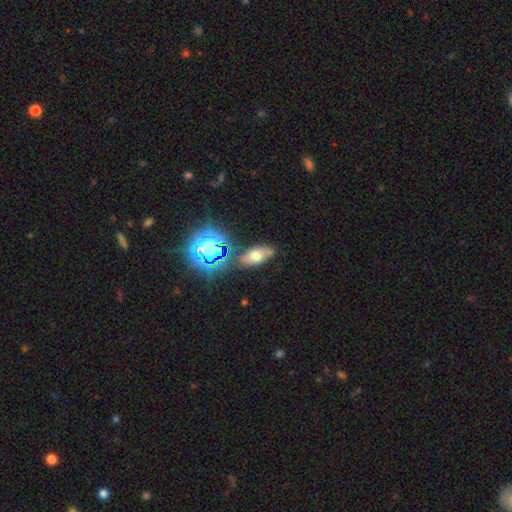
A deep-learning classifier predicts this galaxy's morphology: smooth_or_featured: smooth (p=0.50) [alt: featured or disk p=0.28]
how_rounded: in between (p=0.77) [alt: round p=0.14]
merging: none (p=0.73) [alt: minor disturbance p=0.16]